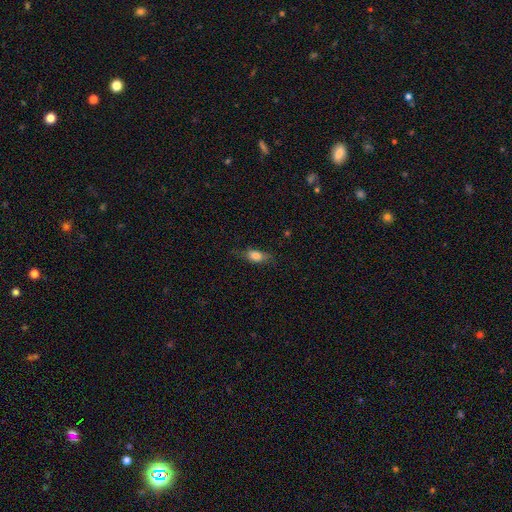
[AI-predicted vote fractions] The model was most divided on "merging": none: 70%, minor disturbance: 21%, major disturbance: 7%, merger: 1%. More confident: how rounded — in between (78%); smooth or featured — smooth (77%).